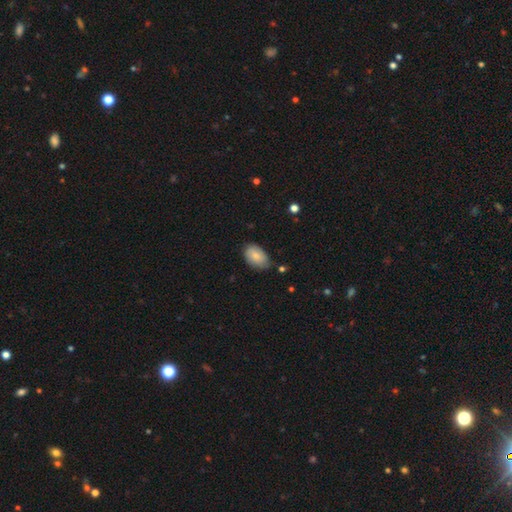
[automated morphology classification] Smooth or featured: smooth — 79% (featured or disk — 14%)
How rounded: in between — 92% (round — 7%)
Merging: none — 69% (minor disturbance — 25%)